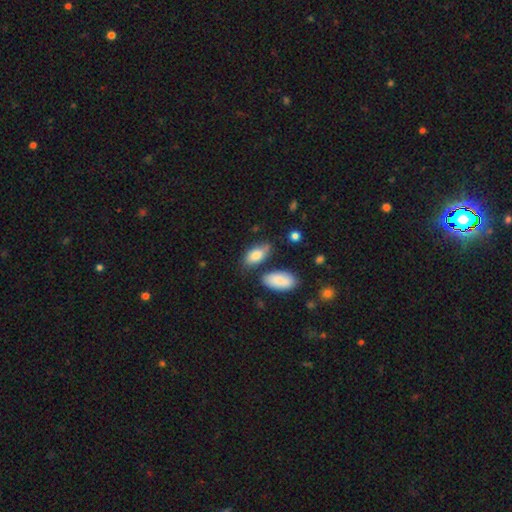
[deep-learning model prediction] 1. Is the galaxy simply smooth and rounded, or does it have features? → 81% smooth, 12% featured or disk, 7% star or artifact.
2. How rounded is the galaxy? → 91% in between, 5% cigar-shaped, 4% round.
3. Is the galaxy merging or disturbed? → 60% none, 23% minor disturbance, 11% merger, 7% major disturbance.